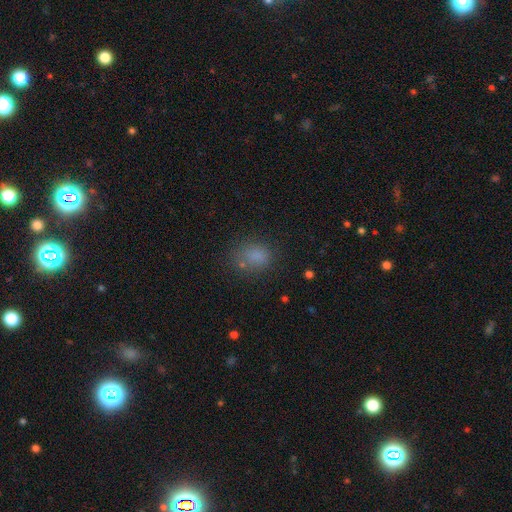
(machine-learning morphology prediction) The model was most divided on "how rounded": in between: 56%, round: 42%, cigar-shaped: 1%. More confident: smooth or featured — smooth (78%); merging — none (69%).